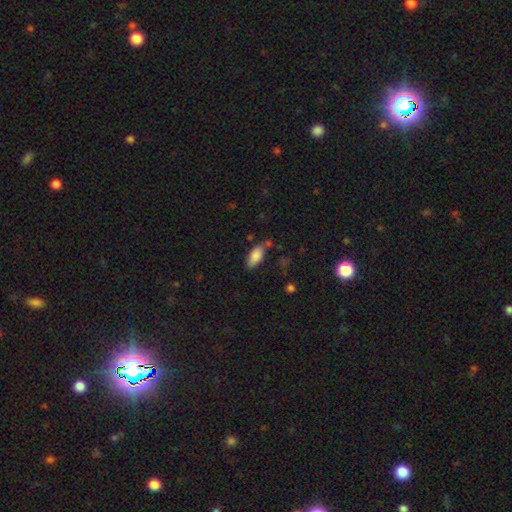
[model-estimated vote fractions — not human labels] Smooth or featured?
  - smooth: 85% *
  - featured or disk: 7%
  - star or artifact: 7%
How rounded?
  - in between: 89% *
  - cigar-shaped: 9%
  - round: 2%
Merging?
  - none: 64% *
  - minor disturbance: 23%
  - merger: 7%
  - major disturbance: 6%